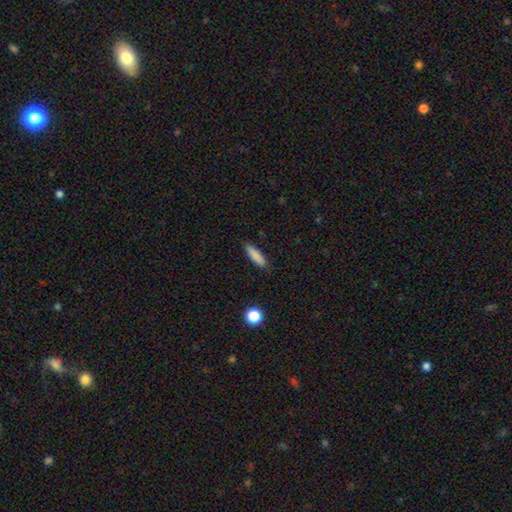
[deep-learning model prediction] smooth_or_featured: smooth (p=0.84) [alt: featured or disk p=0.09]
how_rounded: cigar-shaped (p=0.73) [alt: in between p=0.25]
merging: none (p=0.84) [alt: minor disturbance p=0.13]